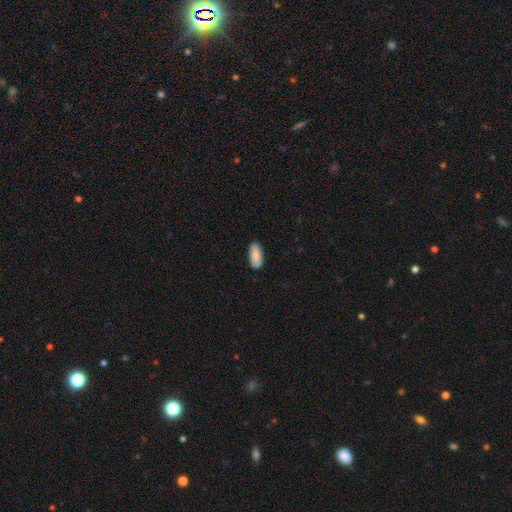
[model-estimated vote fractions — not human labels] This is clearly a smooth galaxy (84%). How rounded: clearly in between (86%). Merging: clearly none (84%).